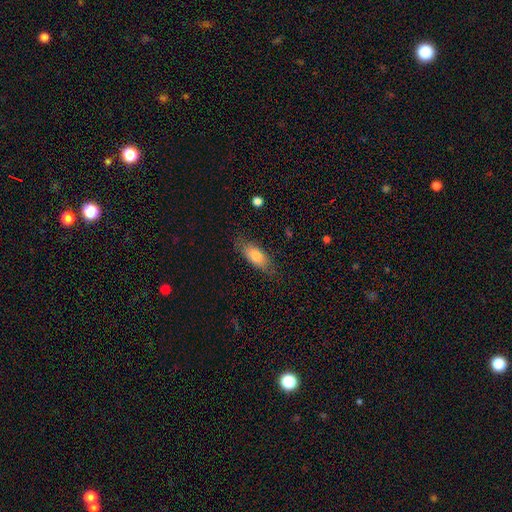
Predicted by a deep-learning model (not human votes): The model was most divided on "how rounded": in between: 78%, cigar-shaped: 19%, round: 3%. More confident: merging — none (79%); smooth or featured — smooth (76%).